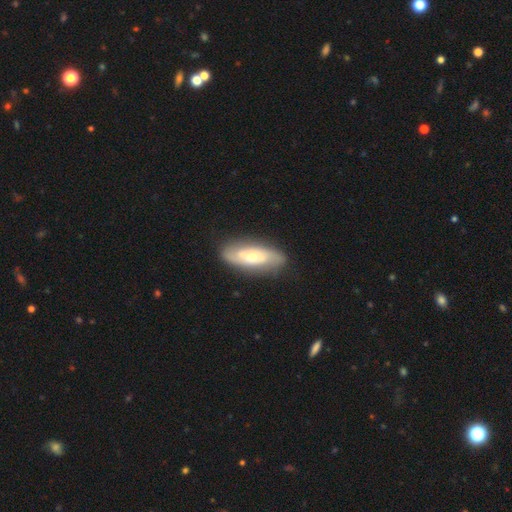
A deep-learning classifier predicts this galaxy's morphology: type=featured or disk (55%); edge-on=no (82%); merging=none (82%).